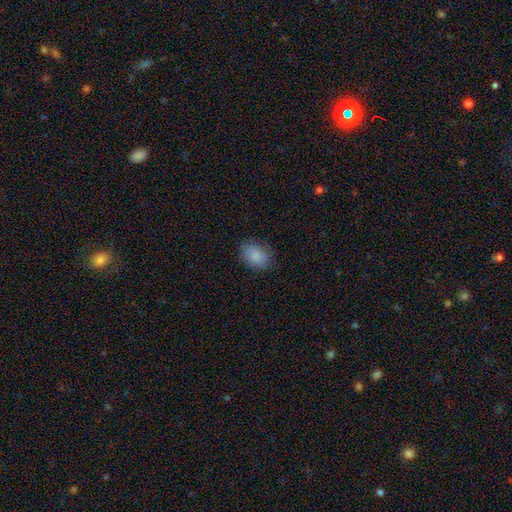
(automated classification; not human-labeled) Overall: smooth (87%). How rounded: in between (64%; round 35%). Merging: none (82%).